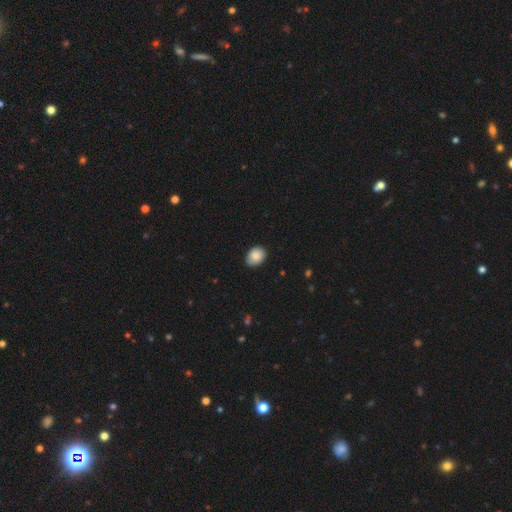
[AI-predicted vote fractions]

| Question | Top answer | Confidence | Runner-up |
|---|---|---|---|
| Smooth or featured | smooth | 86% | star or artifact (7%) |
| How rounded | in between | 62% | round (37%) |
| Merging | none | 82% | minor disturbance (15%) |